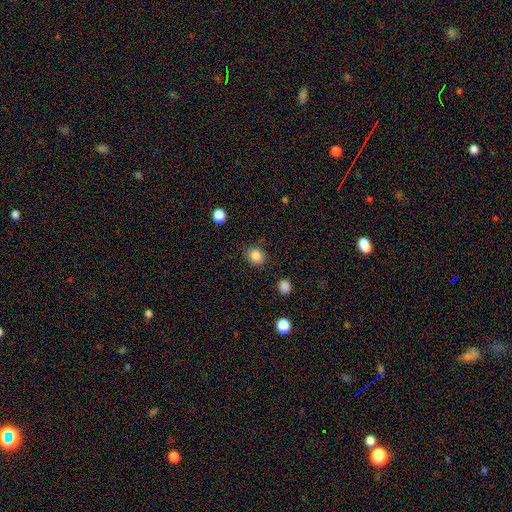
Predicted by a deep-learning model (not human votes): Smooth or featured? Predicted: smooth (p=0.85). How rounded? Predicted: round (p=0.76). Merging? Predicted: none (p=0.85).